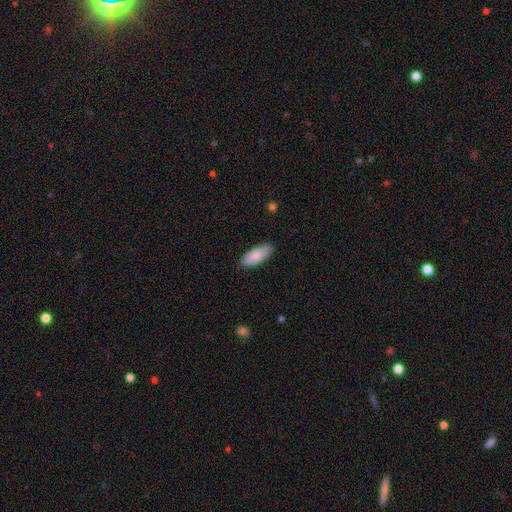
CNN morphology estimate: This appears to be a smooth galaxy with no disk features (84%) that is in between round and cigar-shaped (81%). Merging: none (87%).